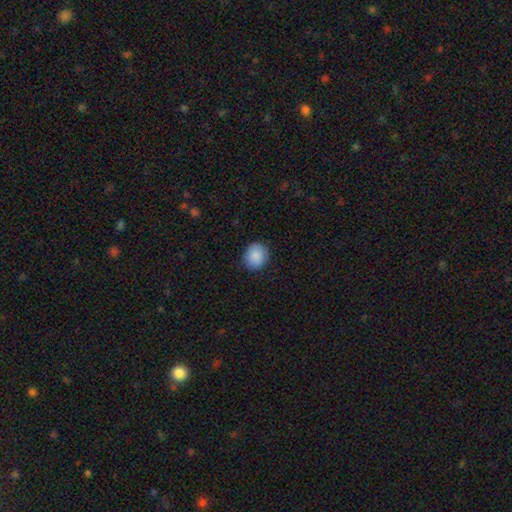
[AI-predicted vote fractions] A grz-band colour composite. It shows a smooth galaxy with no disk features (88%) that is round (72%). Merging: none (86%).